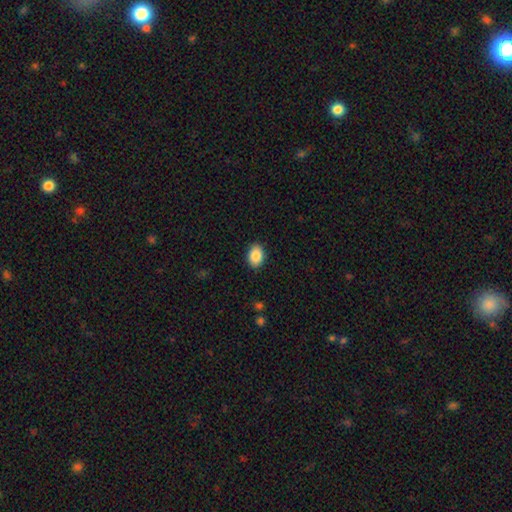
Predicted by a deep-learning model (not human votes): Morphology: type=smooth (89%); roundness=in between (77%); merging=none (89%).